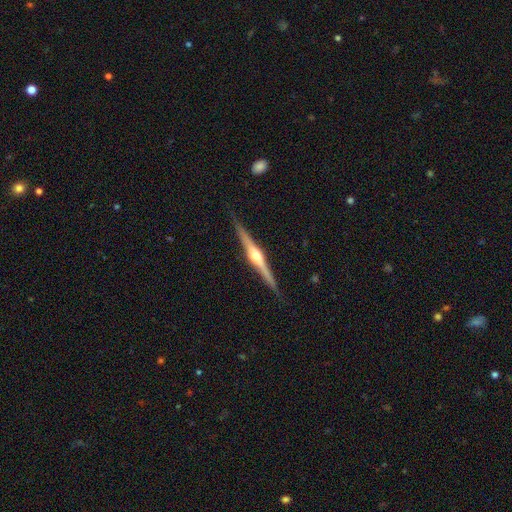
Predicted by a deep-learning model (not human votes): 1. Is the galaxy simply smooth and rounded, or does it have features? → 82% featured or disk, 13% smooth, 5% star or artifact.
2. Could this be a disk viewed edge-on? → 98% yes, 2% no.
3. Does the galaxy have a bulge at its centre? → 92% rounded, 5% boxy, 3% none.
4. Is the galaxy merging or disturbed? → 90% none, 8% minor disturbance, 1% major disturbance, 1% merger.